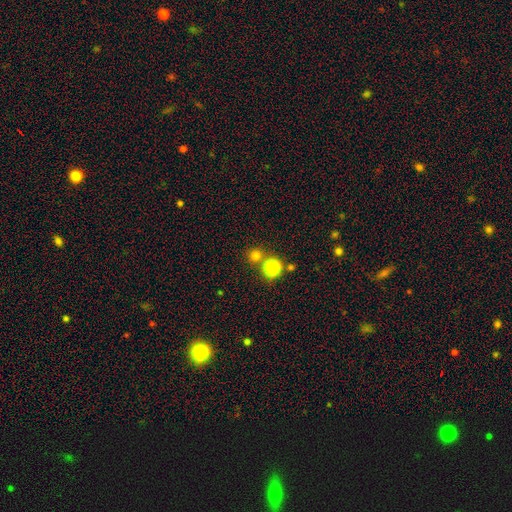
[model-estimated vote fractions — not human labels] Smooth or featured? Predicted: smooth (p=0.74). How rounded? Predicted: round (p=0.91). Merging? Predicted: none (p=0.68).